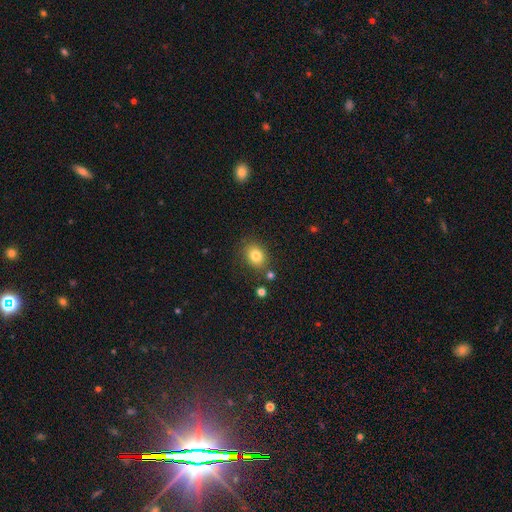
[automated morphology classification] smooth 81%, star or artifact 11%, featured or disk 8%. Down the decision tree: how rounded — round (52%); merging — none (79%).